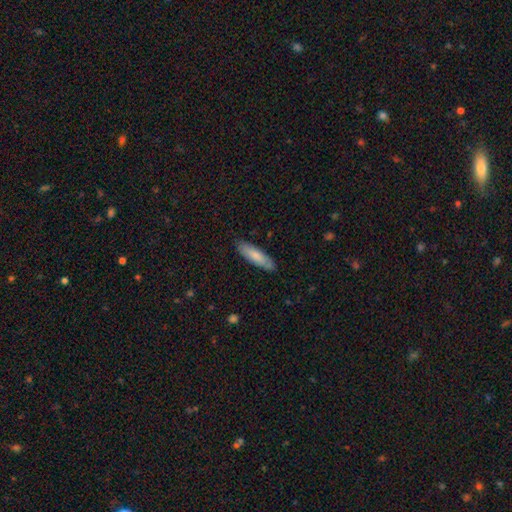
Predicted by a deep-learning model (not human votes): The model was most divided on "how rounded": cigar-shaped: 58%, in between: 41%, round: 1%. More confident: merging — none (85%); smooth or featured — smooth (78%).